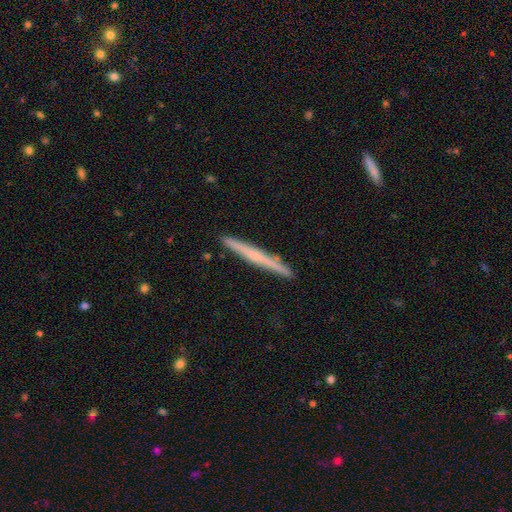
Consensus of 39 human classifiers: This appears to be a featured or disk galaxy (49%) viewed edge-on (100%) with no central bulge (53%). Merging: none (89%).